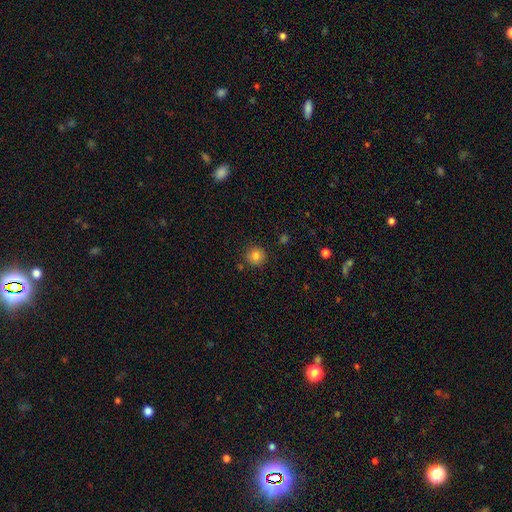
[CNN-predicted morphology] type=smooth (81%); roundness=round (92%); merging=none (86%).